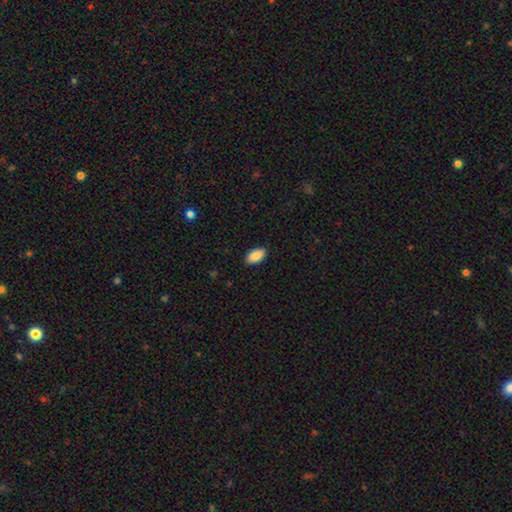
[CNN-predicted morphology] This appears to be a smooth galaxy with no disk features (90%) that is in between round and cigar-shaped (95%). Merging: none (89%).